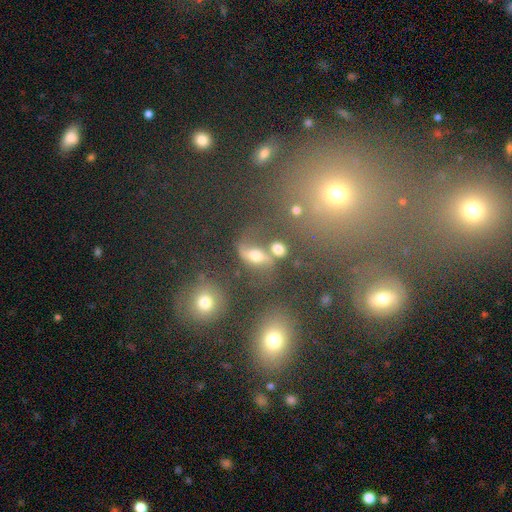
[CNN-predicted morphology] A smooth galaxy with no disk features (42%).

Vote fractions:
- Smooth or featured? smooth: 42% / featured or disk: 39% / star or artifact: 19%
- Merging? none: 49% / minor disturbance: 18% / major disturbance: 17% / merger: 16%